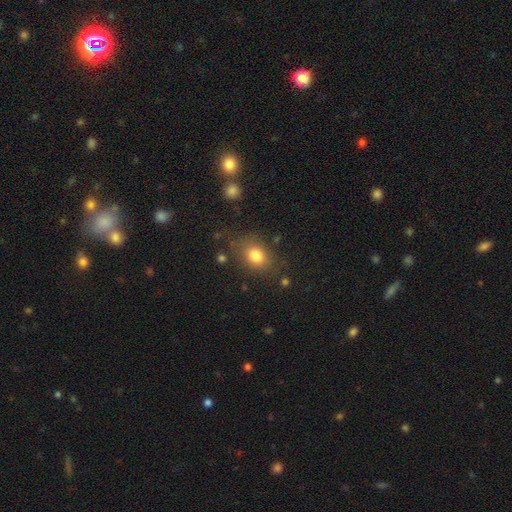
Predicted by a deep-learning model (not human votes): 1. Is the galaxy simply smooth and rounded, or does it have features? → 81% smooth, 11% star or artifact, 8% featured or disk.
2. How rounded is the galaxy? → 59% in between, 39% round, 1% cigar-shaped.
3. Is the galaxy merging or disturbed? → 74% none, 16% minor disturbance, 7% major disturbance, 3% merger.